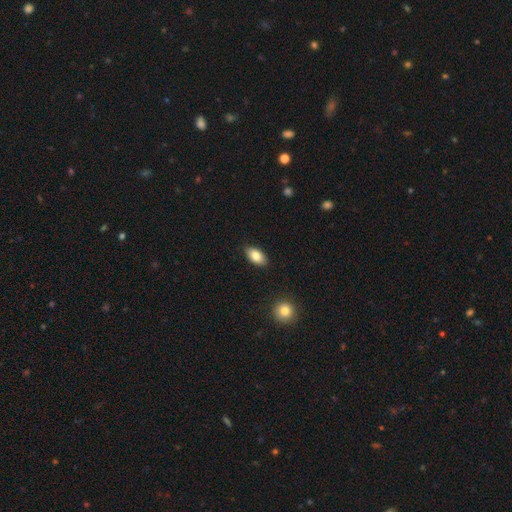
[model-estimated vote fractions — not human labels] smooth_or_featured: smooth (p=0.85) [alt: featured or disk p=0.08]
how_rounded: in between (p=0.93) [alt: round p=0.04]
merging: none (p=0.88) [alt: minor disturbance p=0.09]